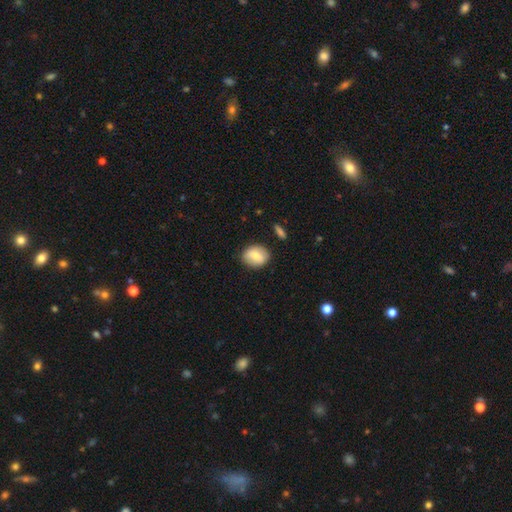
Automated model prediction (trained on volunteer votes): This appears to be a smooth galaxy with no disk features (75%) that is in between round and cigar-shaped (52%). Merging: none (83%).